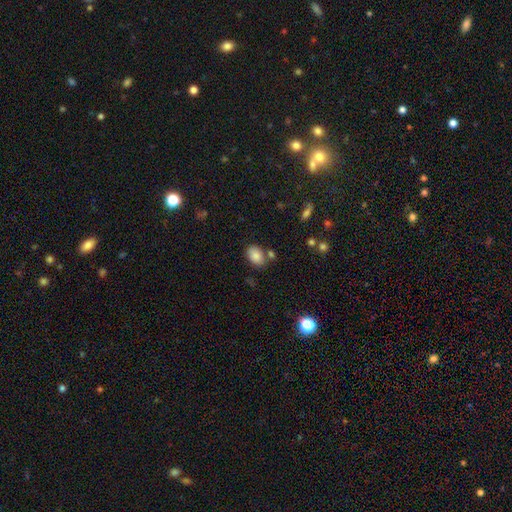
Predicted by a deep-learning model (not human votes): The model was most divided on "merging": none: 71%, minor disturbance: 15%, merger: 11%, major disturbance: 4%. More confident: smooth or featured — smooth (86%); how rounded — in between (84%).